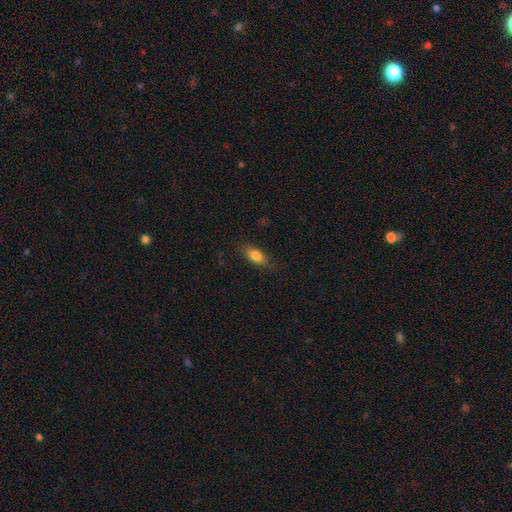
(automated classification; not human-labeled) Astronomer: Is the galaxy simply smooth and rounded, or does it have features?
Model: smooth — 81%.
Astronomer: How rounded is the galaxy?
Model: in between — 83%.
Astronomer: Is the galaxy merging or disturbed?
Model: none — 79%.